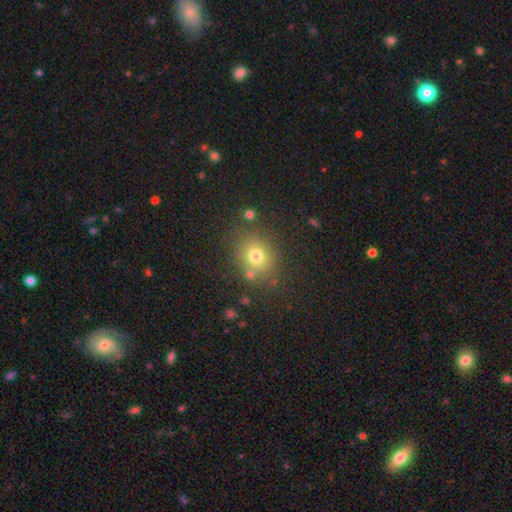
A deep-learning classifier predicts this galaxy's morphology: smooth 73%, star or artifact 16%, featured or disk 11%. Down the decision tree: how rounded — round (71%); merging — none (77%).